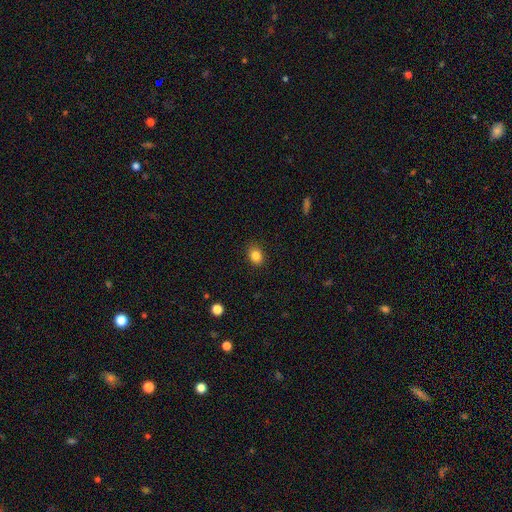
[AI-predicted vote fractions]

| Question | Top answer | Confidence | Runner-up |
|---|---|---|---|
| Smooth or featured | smooth | 84% | star or artifact (11%) |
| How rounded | in between | 56% | round (43%) |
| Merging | none | 87% | minor disturbance (10%) |